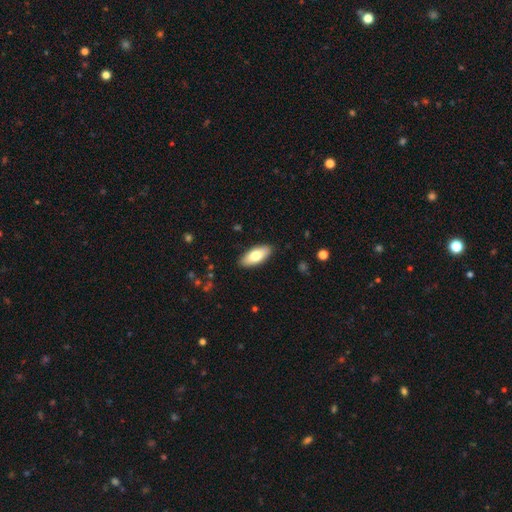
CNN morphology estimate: The model was most divided on "smooth or featured": smooth: 76%, featured or disk: 18%, star or artifact: 6%. More confident: merging — none (89%); how rounded — in between (86%).